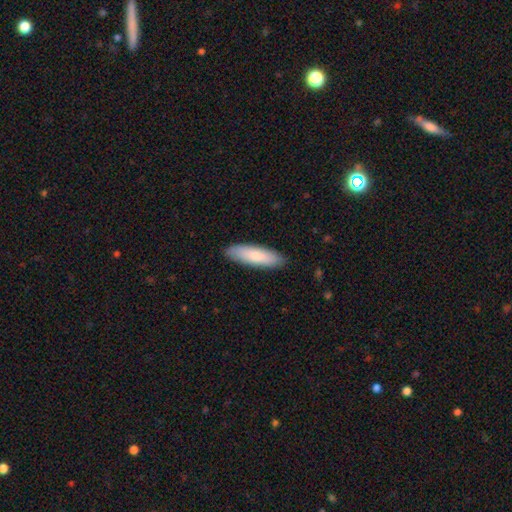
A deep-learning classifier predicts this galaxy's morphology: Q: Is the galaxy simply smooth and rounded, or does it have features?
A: smooth — 81%.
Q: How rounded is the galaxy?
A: cigar-shaped — 59%.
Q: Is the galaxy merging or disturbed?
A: none — 89%.